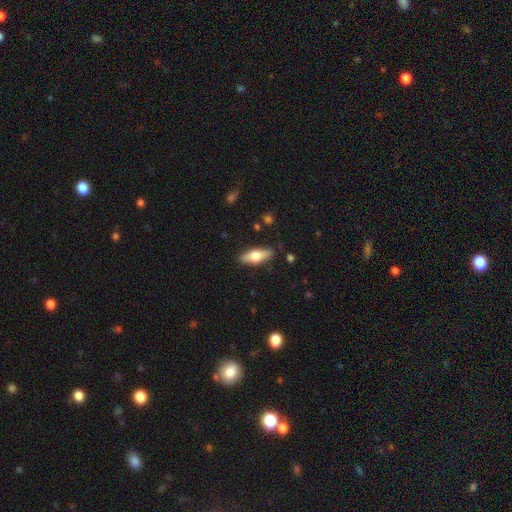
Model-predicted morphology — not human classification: Q: Smooth or featured?
A: smooth (59%); runner-up: featured or disk (36%)
Q: How rounded?
A: in between (61%); runner-up: cigar-shaped (36%)
Q: Merging?
A: none (86%); runner-up: minor disturbance (11%)